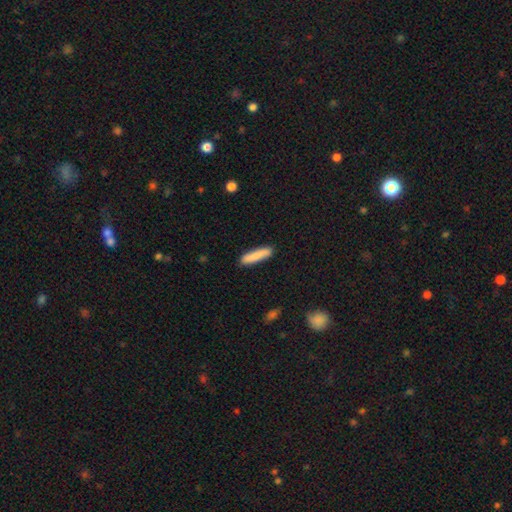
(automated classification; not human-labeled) Q: Smooth or featured?
A: smooth (85%); runner-up: featured or disk (9%)
Q: How rounded?
A: cigar-shaped (84%); runner-up: in between (14%)
Q: Merging?
A: none (87%); runner-up: minor disturbance (9%)